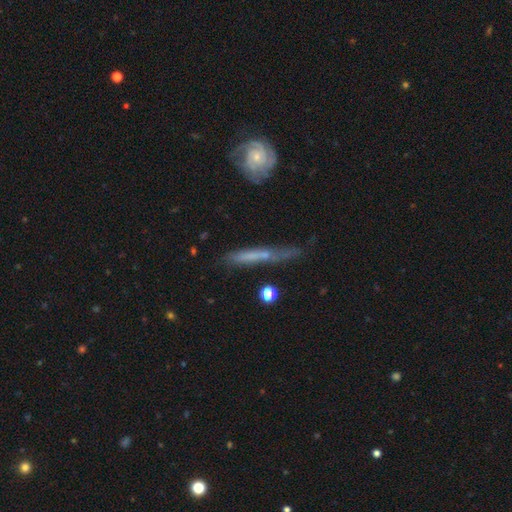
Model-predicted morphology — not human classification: smooth-or-featured: featured or disk: 49% | smooth: 43% | star or artifact: 8%
  merging: none: 61% | minor disturbance: 25% | major disturbance: 9% | merger: 5%